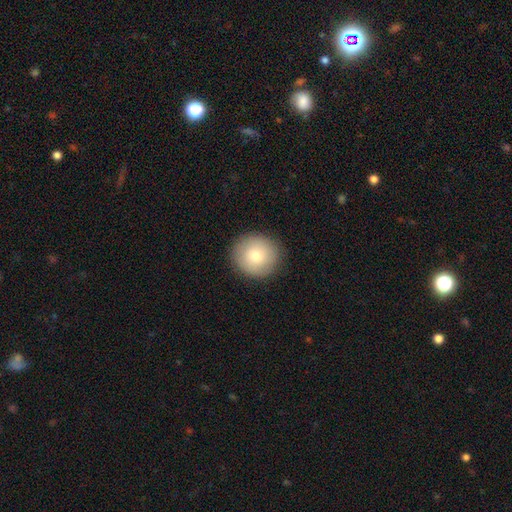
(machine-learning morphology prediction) Smooth or featured? smooth (78%)
How rounded? round (90%)
Merging? none (90%)